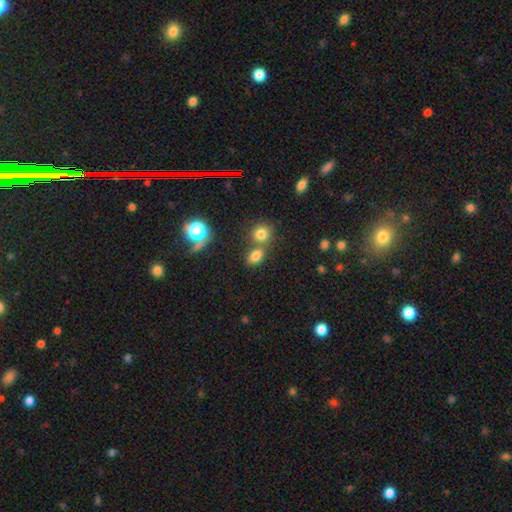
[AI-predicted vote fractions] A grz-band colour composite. It shows a smooth galaxy with no disk features (77%) that is in between round and cigar-shaped (68%). Merging: none (53%).